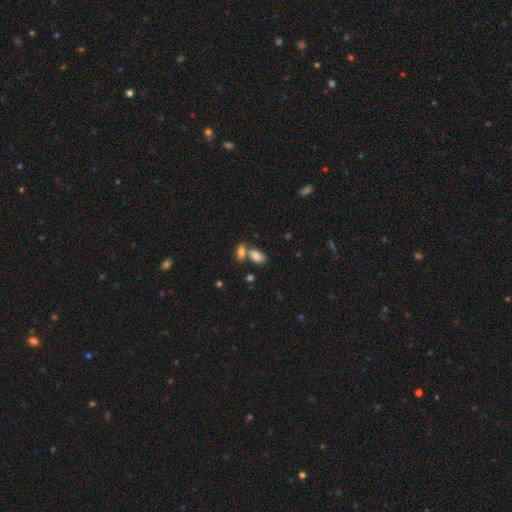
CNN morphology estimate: A smooth galaxy with no disk features (80%) that is in between round and cigar-shaped (91%). Merging: none (44%).